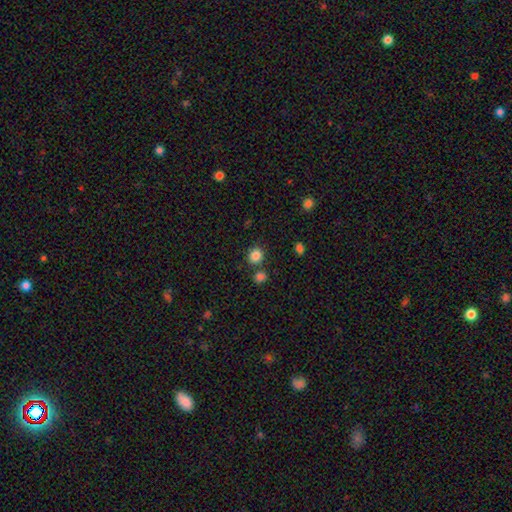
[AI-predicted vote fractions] Morphology: type=smooth (85%); roundness=round (79%); merging=none (77%).